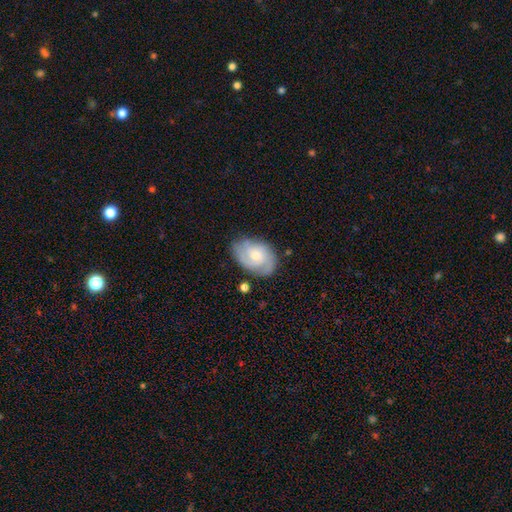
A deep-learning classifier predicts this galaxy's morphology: Smooth or featured? featured or disk (65%)
Edge-on disk? no (97%)
Bar? no (69%)
Spiral arms? yes (90%)
Spiral winding? tight (50%)
Spiral arm count? 2 (43%)
Bulge size? moderate (51%)
Merging? none (71%)